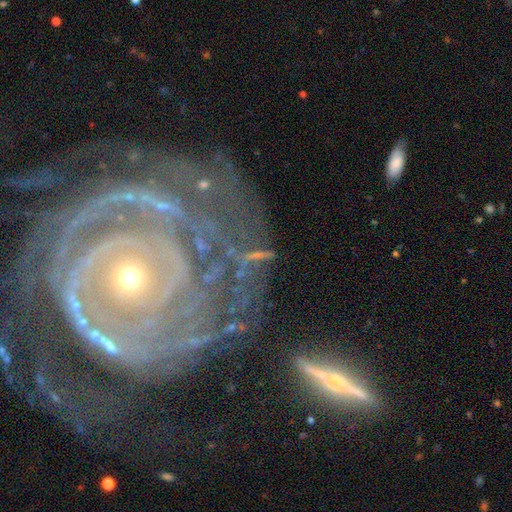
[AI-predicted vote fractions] Morphology: type=featured or disk (61%); edge-on=no (88%); bar=no (37%); spiral arms=yes (89%); bulge=small (56%); merging=none (65%).